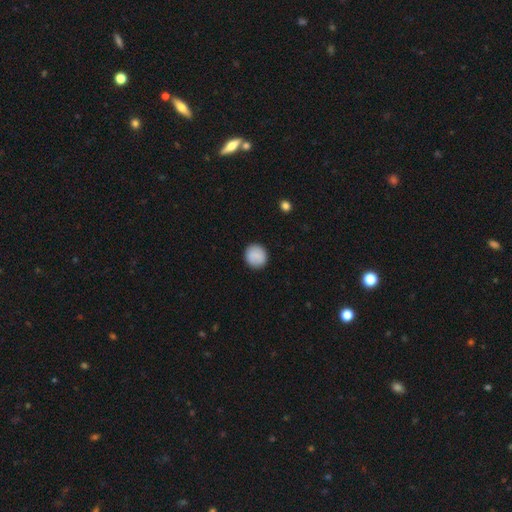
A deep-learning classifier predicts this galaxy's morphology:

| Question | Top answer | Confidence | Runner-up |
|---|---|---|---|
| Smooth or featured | smooth | 87% | star or artifact (7%) |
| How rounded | round | 91% | in between (8%) |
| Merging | none | 90% | minor disturbance (7%) |